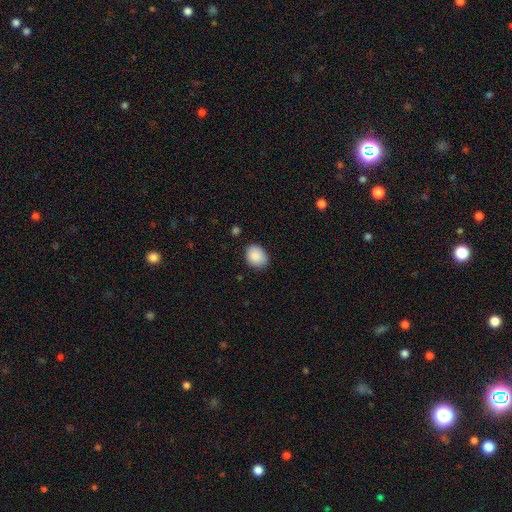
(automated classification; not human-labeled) This is clearly a smooth galaxy (89%). How rounded: possibly round (53%). Merging: clearly none (80%).